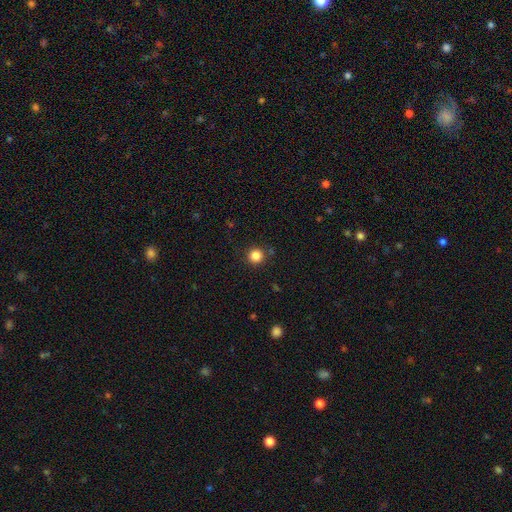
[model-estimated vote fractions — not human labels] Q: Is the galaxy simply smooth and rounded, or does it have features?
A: smooth — 84%.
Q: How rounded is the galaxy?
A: round — 95%.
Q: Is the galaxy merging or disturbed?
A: none — 89%.